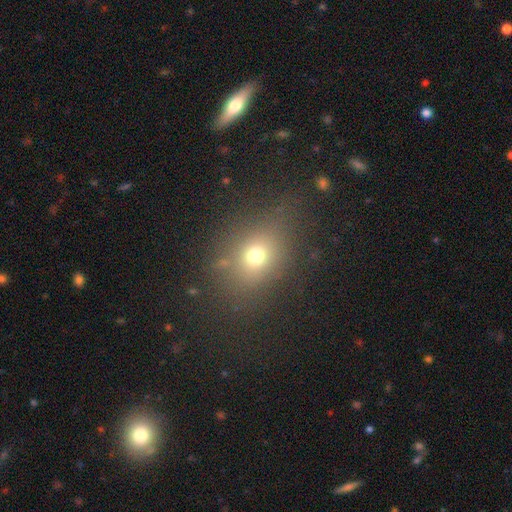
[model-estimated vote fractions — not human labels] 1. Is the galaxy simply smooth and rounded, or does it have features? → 69% smooth, 18% star or artifact, 12% featured or disk.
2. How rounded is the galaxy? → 50% in between, 48% round, 2% cigar-shaped.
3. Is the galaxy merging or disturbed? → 75% none, 13% minor disturbance, 8% major disturbance, 3% merger.